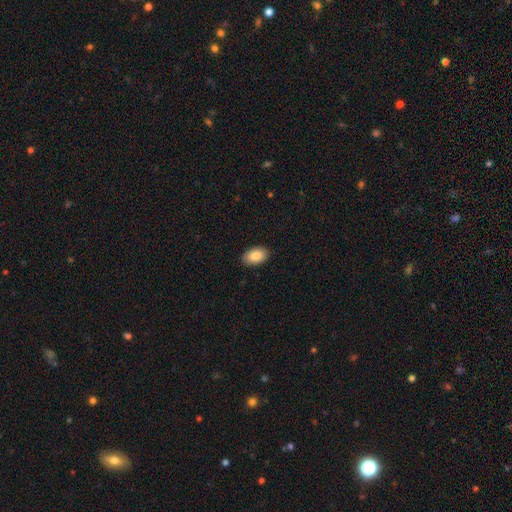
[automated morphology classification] Smooth or featured: smooth — 87% (featured or disk — 7%)
How rounded: in between — 92% (round — 7%)
Merging: none — 89% (minor disturbance — 8%)